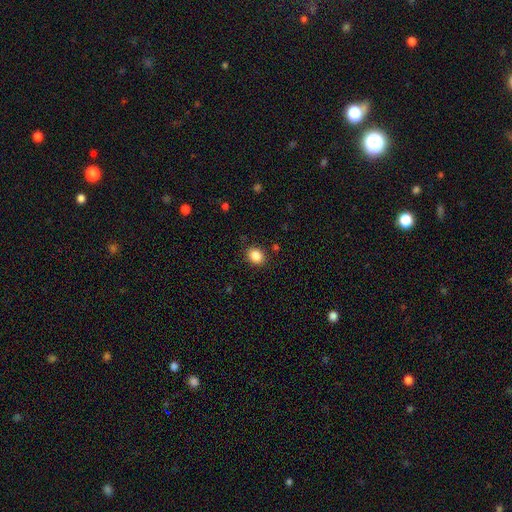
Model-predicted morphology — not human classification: The model was most divided on "how rounded": round: 55%, in between: 44%, cigar-shaped: 1%. More confident: smooth or featured — smooth (87%); merging — none (87%).